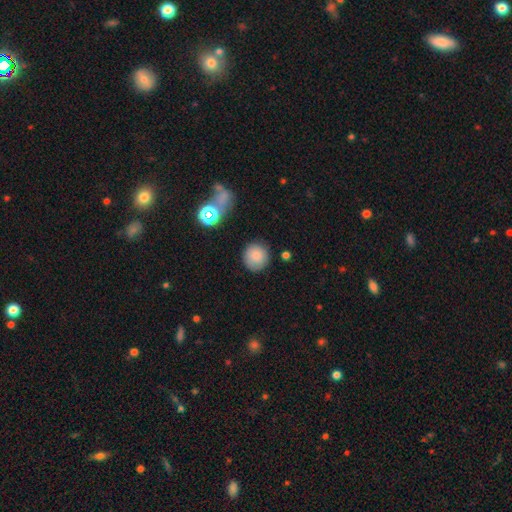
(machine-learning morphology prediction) A smooth galaxy with no disk features (84%) that is round (92%). Merging: none (84%).